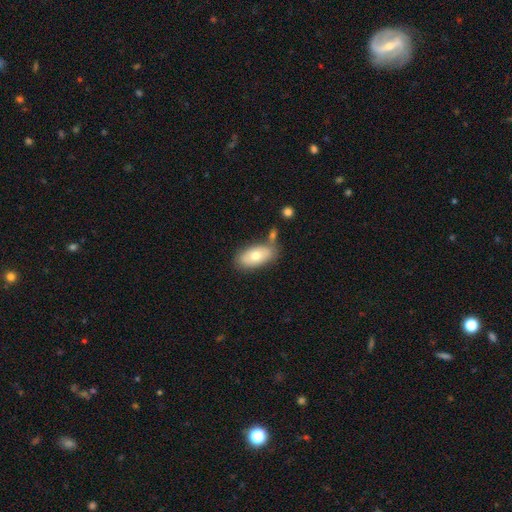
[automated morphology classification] This is likely a smooth galaxy (70%). How rounded: clearly in between (92%). Merging: likely none (64%).